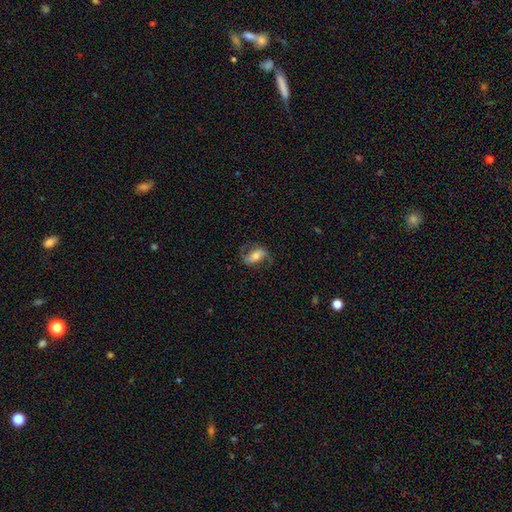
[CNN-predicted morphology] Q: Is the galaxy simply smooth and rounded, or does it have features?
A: featured or disk — 61%.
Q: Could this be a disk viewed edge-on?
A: no — 93%.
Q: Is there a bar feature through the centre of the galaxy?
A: no — 36%.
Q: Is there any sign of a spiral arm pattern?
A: yes — 85%.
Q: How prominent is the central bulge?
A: moderate — 54%.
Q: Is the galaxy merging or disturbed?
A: none — 68%.